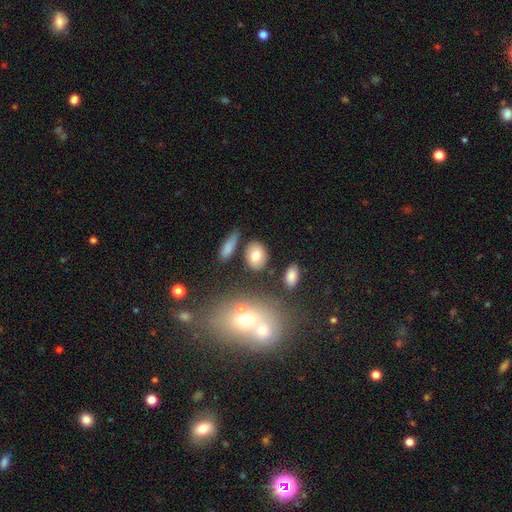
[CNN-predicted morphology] type=smooth (76%); roundness=in between (67%); merging=none (78%).